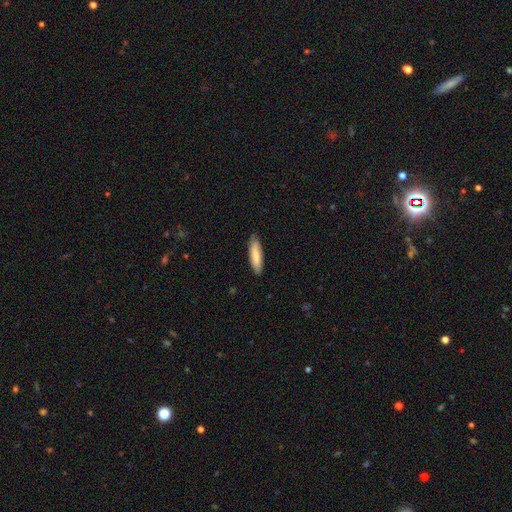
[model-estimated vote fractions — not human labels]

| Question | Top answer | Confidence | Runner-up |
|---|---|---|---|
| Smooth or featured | smooth | 77% | featured or disk (18%) |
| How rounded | cigar-shaped | 65% | in between (34%) |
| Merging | none | 82% | minor disturbance (14%) |